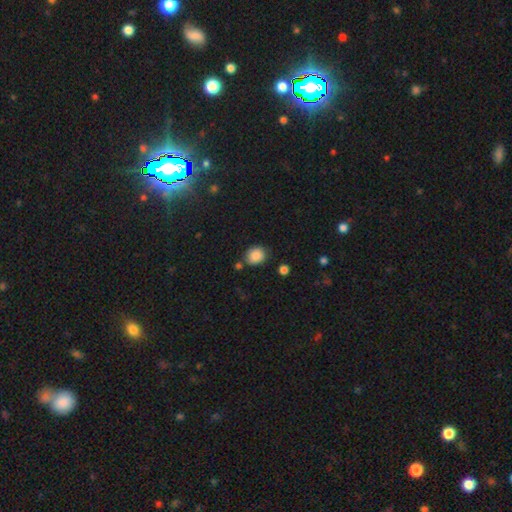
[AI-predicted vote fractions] The model was most divided on "how rounded": round: 70%, in between: 29%, cigar-shaped: 1%. More confident: smooth or featured — smooth (86%); merging — none (75%).